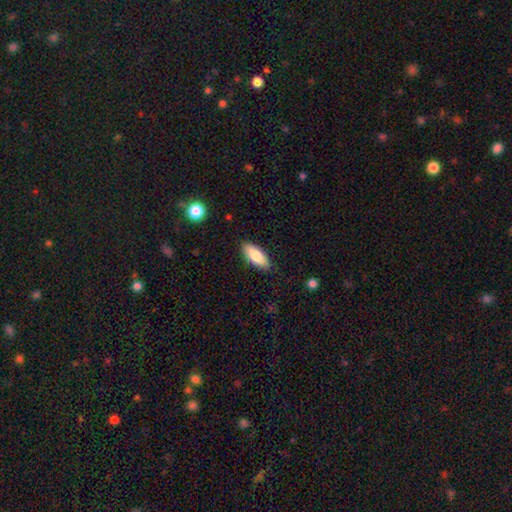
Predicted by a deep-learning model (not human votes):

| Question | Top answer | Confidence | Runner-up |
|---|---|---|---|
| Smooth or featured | smooth | 86% | featured or disk (8%) |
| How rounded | in between | 81% | cigar-shaped (18%) |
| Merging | none | 86% | minor disturbance (11%) |